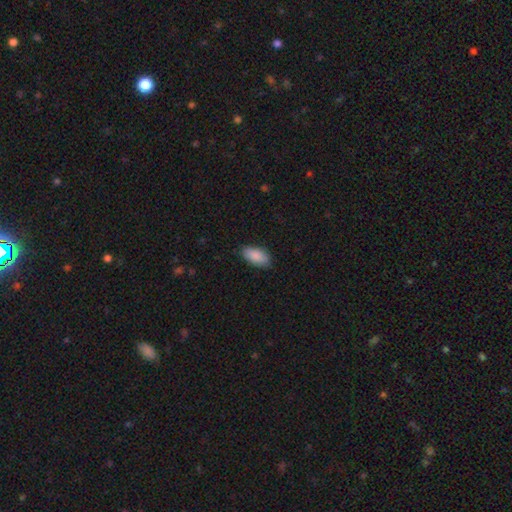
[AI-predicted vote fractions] smooth-or-featured: smooth: 89% | star or artifact: 6% | featured or disk: 5%
  how-rounded: in between: 93% | cigar-shaped: 5% | round: 2%
  merging: none: 84% | minor disturbance: 12% | major disturbance: 2% | merger: 1%